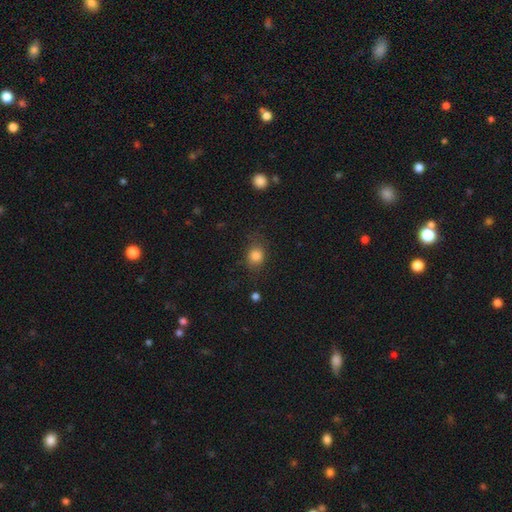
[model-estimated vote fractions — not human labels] A smooth galaxy with no disk features (83%) that is round (60%).

Vote fractions:
- Smooth or featured? smooth: 83% / star or artifact: 11% / featured or disk: 6%
- How rounded? round: 60% / in between: 38% / cigar-shaped: 1%
- Merging? none: 73% / minor disturbance: 18% / major disturbance: 7% / merger: 2%